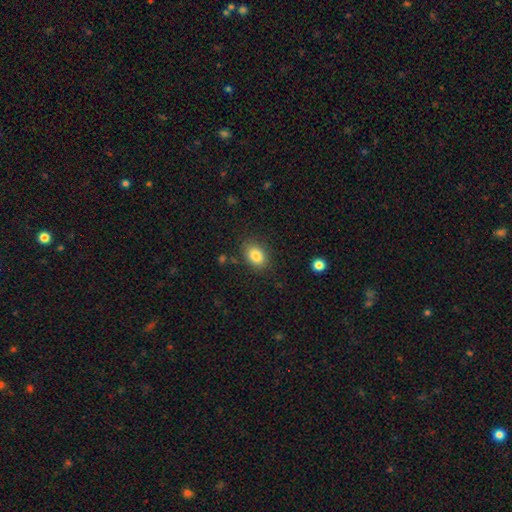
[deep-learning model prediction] The model was most divided on "how rounded": in between: 77%, round: 22%, cigar-shaped: 1%. More confident: smooth or featured — smooth (84%); merging — none (83%).